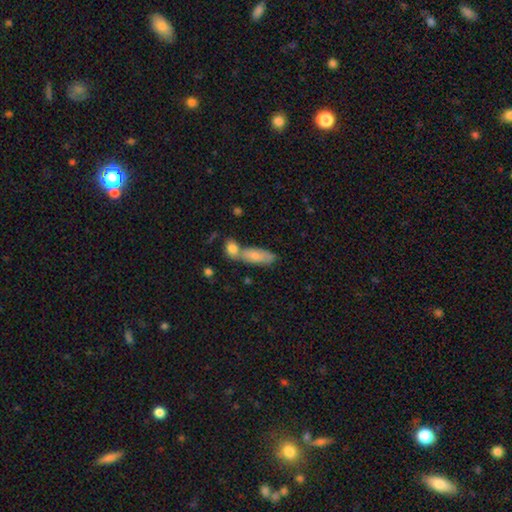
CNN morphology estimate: smooth 79%, featured or disk 15%, star or artifact 6%. Down the decision tree: how rounded — in between (69%); merging — none (43%).